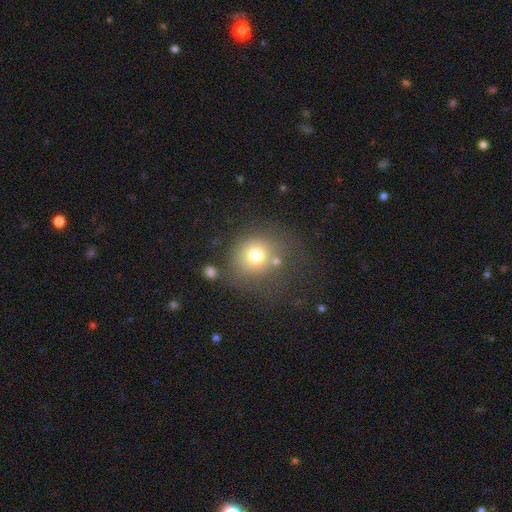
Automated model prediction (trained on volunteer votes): A smooth galaxy with no disk features (74%) that is round (87%). Merging: none (64%).